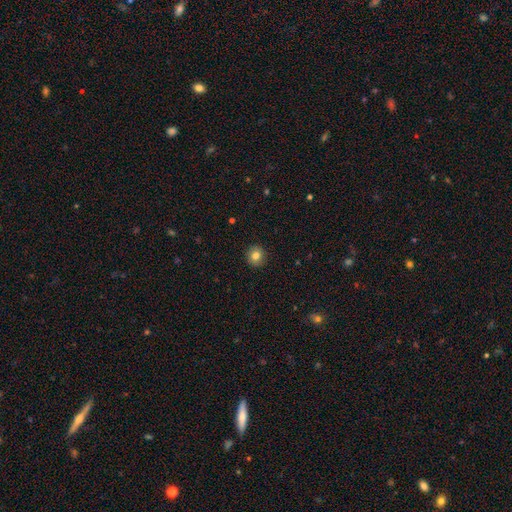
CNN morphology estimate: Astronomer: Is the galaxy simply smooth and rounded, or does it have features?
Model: smooth — 81%.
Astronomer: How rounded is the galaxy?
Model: round — 92%.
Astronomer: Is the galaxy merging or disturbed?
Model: none — 92%.